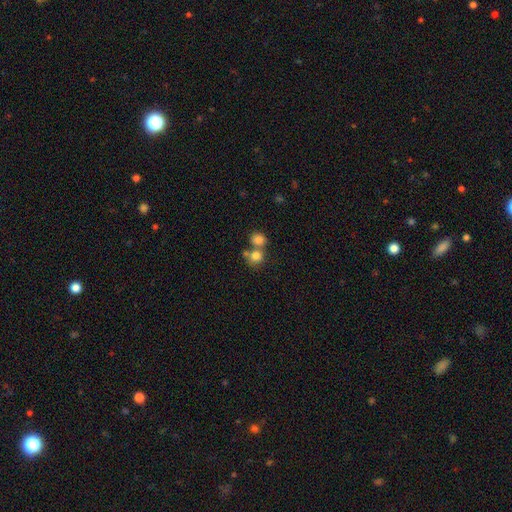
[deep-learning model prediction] Smooth or featured: smooth — 79% (star or artifact — 12%)
How rounded: round — 77% (in between — 22%)
Merging: none — 44% (merger — 43%)